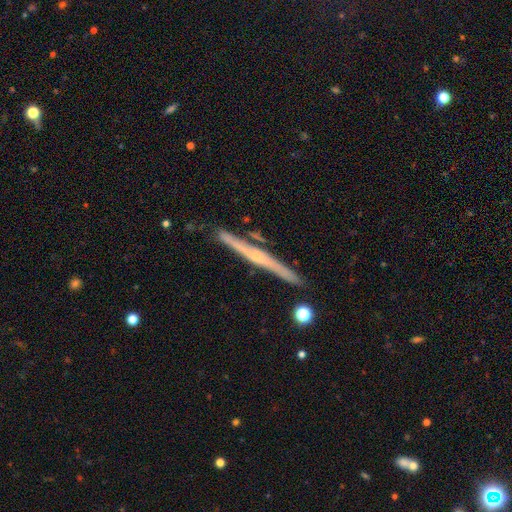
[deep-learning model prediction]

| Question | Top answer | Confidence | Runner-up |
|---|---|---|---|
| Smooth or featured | featured or disk | 73% | smooth (21%) |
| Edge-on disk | yes | 97% | no (3%) |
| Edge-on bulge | rounded | 55% | none (40%) |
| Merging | none | 85% | minor disturbance (10%) |